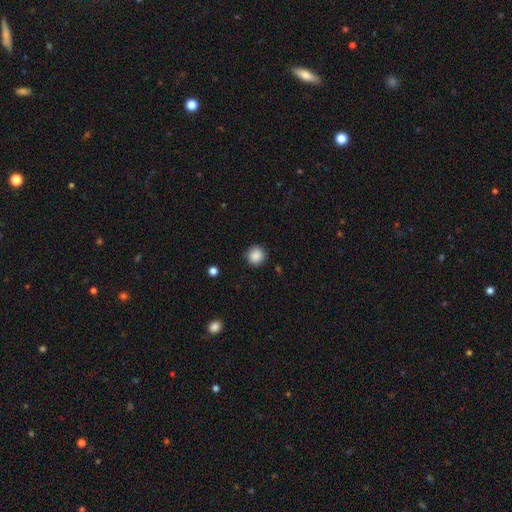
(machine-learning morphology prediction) Overall: smooth (88%). How rounded: round (94%). Merging: none (89%).